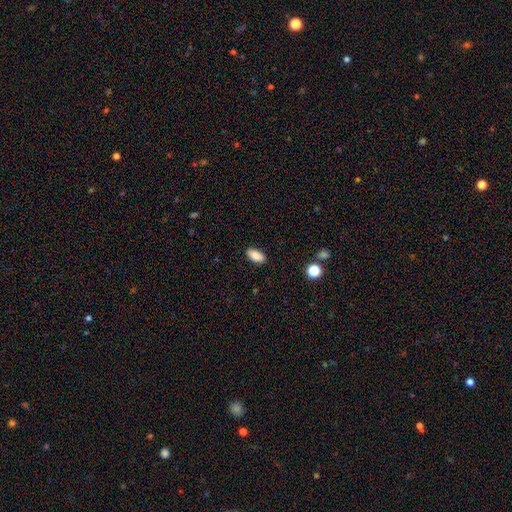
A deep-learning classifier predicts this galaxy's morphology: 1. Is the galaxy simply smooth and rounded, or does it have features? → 87% smooth, 8% star or artifact, 5% featured or disk.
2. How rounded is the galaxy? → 92% in between, 4% cigar-shaped, 3% round.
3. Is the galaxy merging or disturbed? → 87% none, 10% minor disturbance, 2% major disturbance, 1% merger.